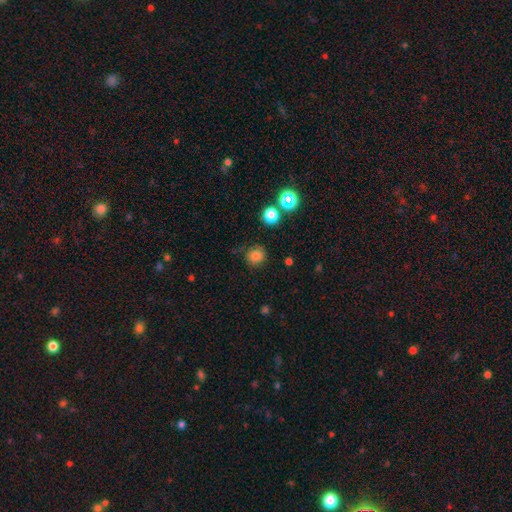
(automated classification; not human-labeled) Smooth or featured?
  - smooth: 77% *
  - star or artifact: 15%
  - featured or disk: 7%
How rounded?
  - round: 91% *
  - in between: 8%
  - cigar-shaped: 1%
Merging?
  - none: 77% *
  - minor disturbance: 15%
  - major disturbance: 5%
  - merger: 3%